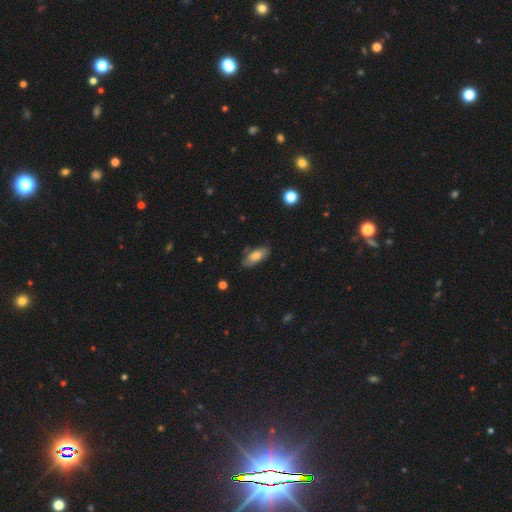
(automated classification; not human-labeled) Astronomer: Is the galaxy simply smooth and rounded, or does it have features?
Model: smooth — 75%.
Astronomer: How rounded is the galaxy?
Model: in between — 82%.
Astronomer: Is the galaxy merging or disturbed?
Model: none — 77%.